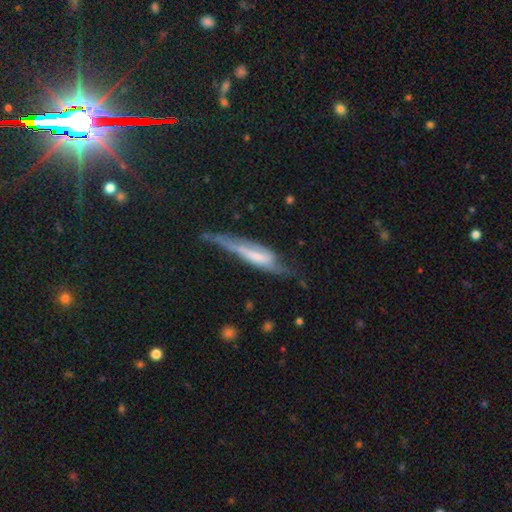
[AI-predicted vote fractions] Smooth or featured?
  - featured or disk: 58% *
  - smooth: 35%
  - star or artifact: 7%
Edge-on disk?
  - yes: 68% *
  - no: 32%
Merging?
  - none: 40% *
  - minor disturbance: 33%
  - major disturbance: 22%
  - merger: 5%